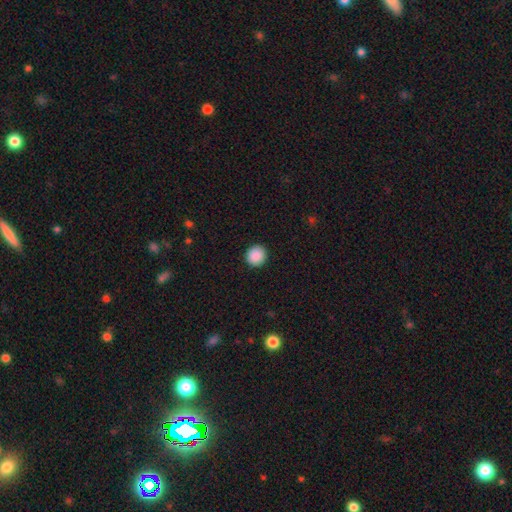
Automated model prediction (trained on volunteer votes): smooth-or-featured: smooth: 90% | star or artifact: 8% | featured or disk: 2%
  how-rounded: round: 91% | in between: 8% | cigar-shaped: 1%
  merging: none: 93% | minor disturbance: 5% | major disturbance: 2% | merger: 1%